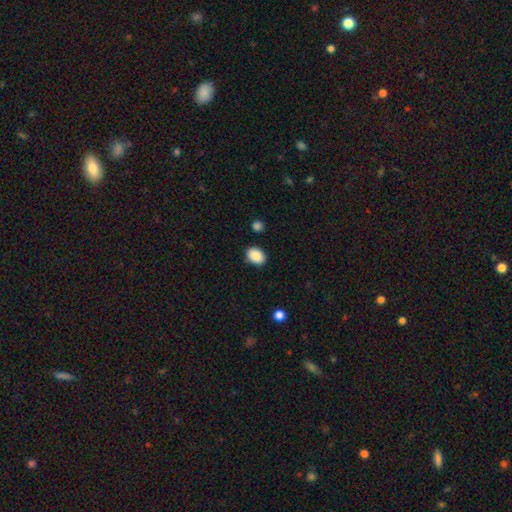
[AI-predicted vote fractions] smooth 89%, star or artifact 8%, featured or disk 3%. Down the decision tree: how rounded — in between (74%); merging — none (85%).